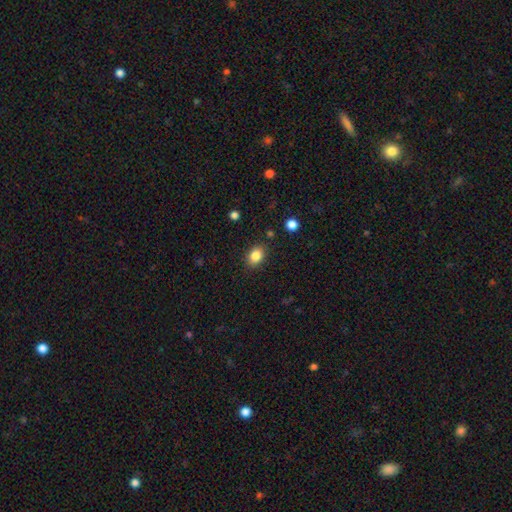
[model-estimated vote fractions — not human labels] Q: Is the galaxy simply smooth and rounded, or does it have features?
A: smooth — 85%.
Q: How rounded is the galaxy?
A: in between — 64%.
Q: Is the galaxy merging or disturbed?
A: none — 86%.